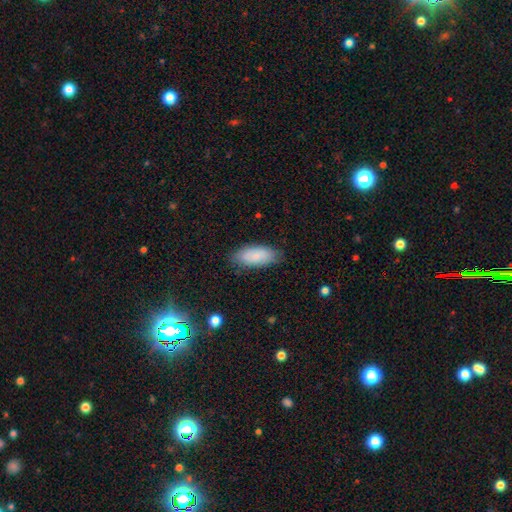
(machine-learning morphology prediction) type=smooth (81%); roundness=in between (89%); merging=none (81%).